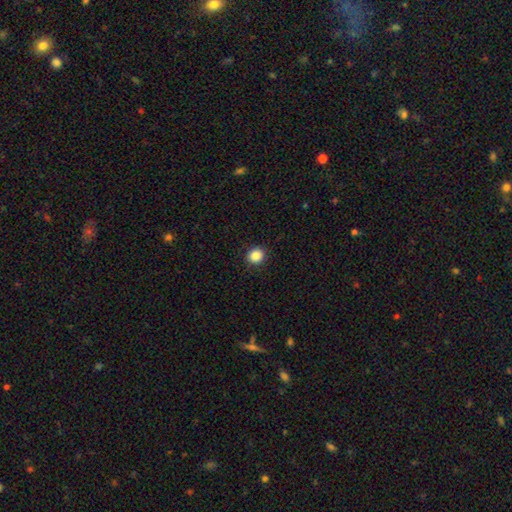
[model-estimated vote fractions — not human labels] Smooth or featured?
  - smooth: 87% *
  - star or artifact: 10%
  - featured or disk: 3%
How rounded?
  - round: 81% *
  - in between: 18%
  - cigar-shaped: 1%
Merging?
  - none: 91% *
  - minor disturbance: 6%
  - major disturbance: 2%
  - merger: 1%